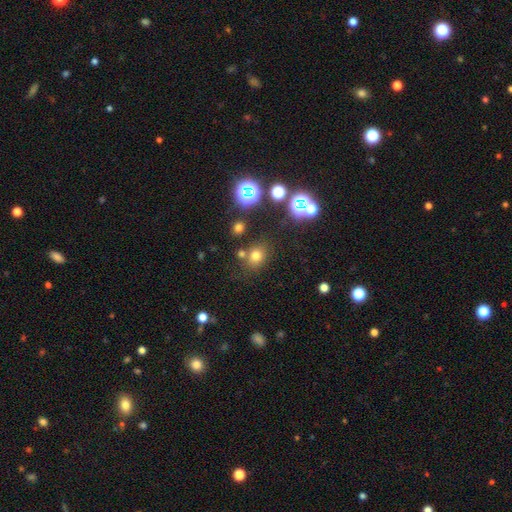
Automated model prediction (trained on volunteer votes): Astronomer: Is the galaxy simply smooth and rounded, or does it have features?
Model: smooth — 69%.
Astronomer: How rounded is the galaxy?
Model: round — 72%.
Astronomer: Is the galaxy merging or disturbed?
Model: none — 71%.